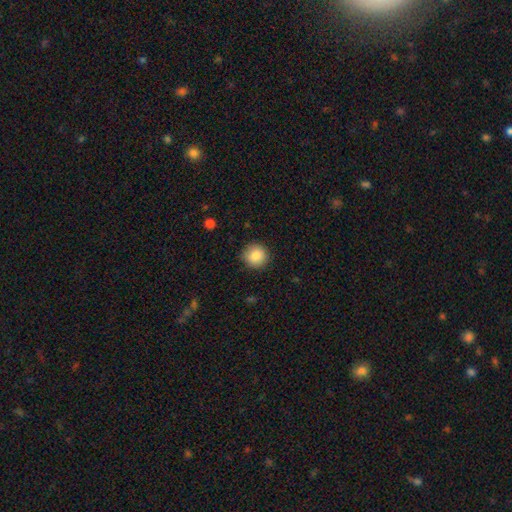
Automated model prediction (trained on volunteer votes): Smooth or featured?
  - smooth: 87% *
  - star or artifact: 8%
  - featured or disk: 5%
How rounded?
  - round: 92% *
  - in between: 7%
  - cigar-shaped: 1%
Merging?
  - none: 88% *
  - minor disturbance: 8%
  - major disturbance: 2%
  - merger: 1%